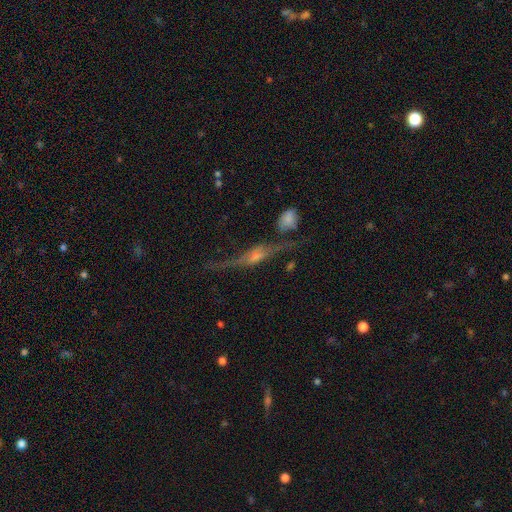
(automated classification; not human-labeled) smooth-or-featured: featured or disk: 79% | star or artifact: 11% | smooth: 9%
  disk-edge-on: yes: 90% | no: 10%
    edge-on-bulge: rounded: 85% | boxy: 9% | none: 6%
  merging: none: 67% | minor disturbance: 16% | major disturbance: 9% | merger: 8%